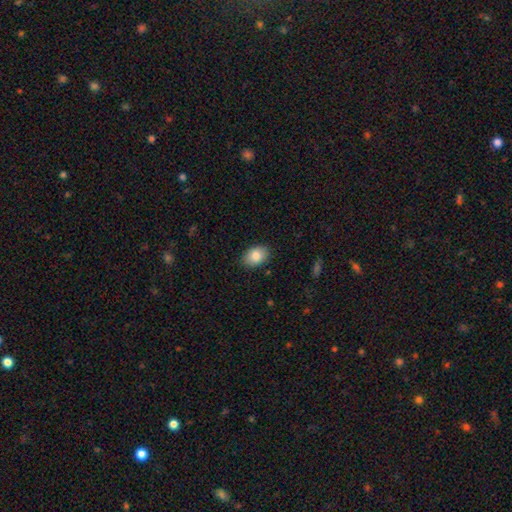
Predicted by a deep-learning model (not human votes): smooth-or-featured: smooth: 86% | star or artifact: 7% | featured or disk: 7%
  how-rounded: in between: 83% | round: 16% | cigar-shaped: 1%
  merging: none: 87% | minor disturbance: 10% | major disturbance: 2% | merger: 1%